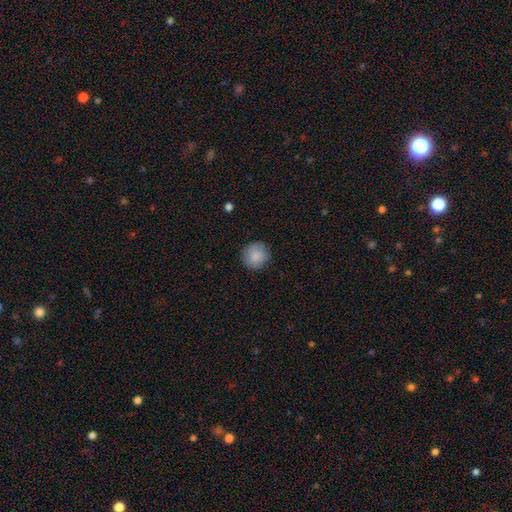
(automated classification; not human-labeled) The model was most divided on "smooth or featured": smooth: 87%, star or artifact: 7%, featured or disk: 6%. More confident: how rounded — round (93%); merging — none (88%).